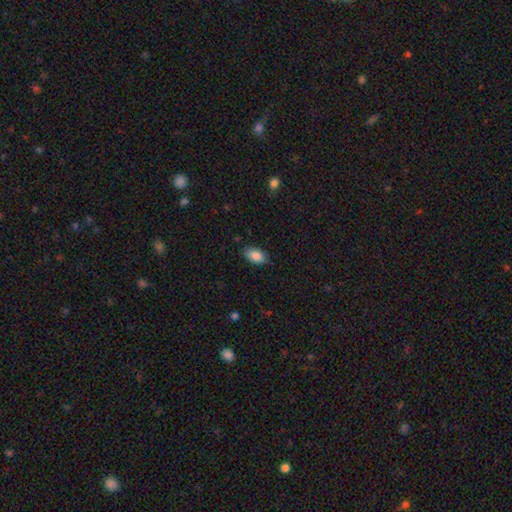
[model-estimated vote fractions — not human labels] Smooth or featured? Predicted: smooth (p=0.87). How rounded? Predicted: in between (p=0.93). Merging? Predicted: none (p=0.83).